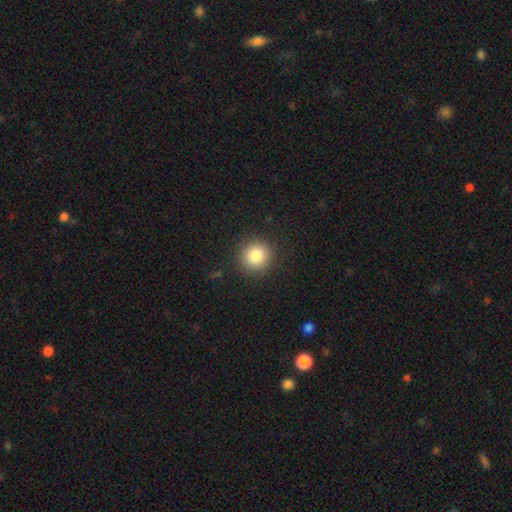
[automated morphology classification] Smooth or featured? smooth (83%)
How rounded? round (92%)
Merging? none (90%)